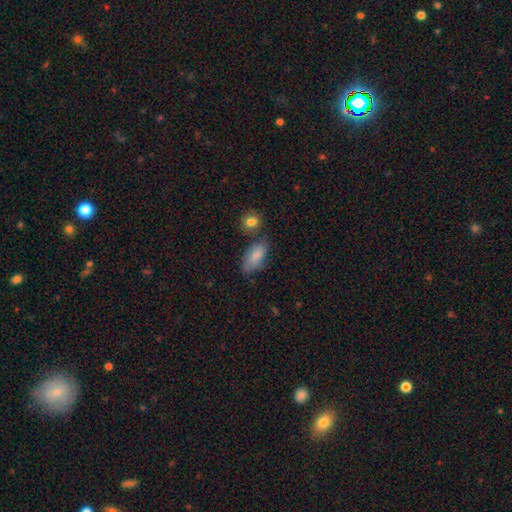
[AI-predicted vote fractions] Morphology: type=smooth (83%); roundness=in between (90%); merging=none (55%).